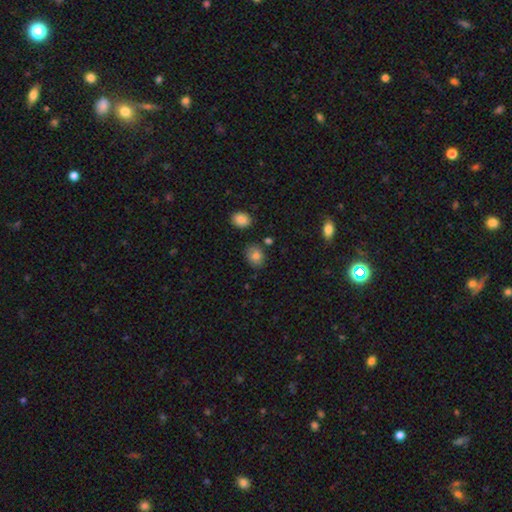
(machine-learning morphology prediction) This is clearly a smooth galaxy (82%). How rounded: possibly round (52%). Merging: likely none (78%).